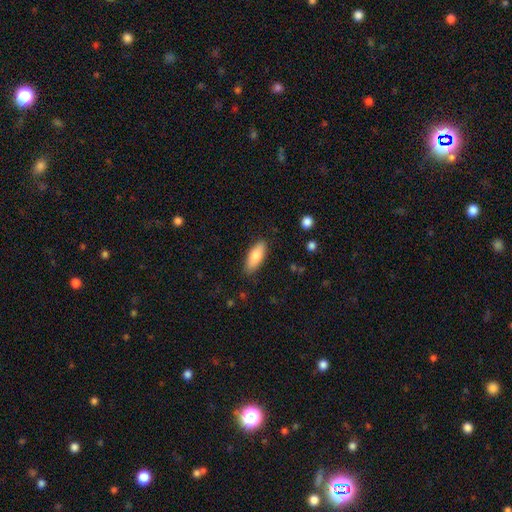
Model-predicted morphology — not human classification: smooth-or-featured: smooth: 83% | featured or disk: 11% | star or artifact: 6%
  how-rounded: in between: 74% | cigar-shaped: 24% | round: 2%
  merging: none: 86% | minor disturbance: 11% | major disturbance: 2% | merger: 1%